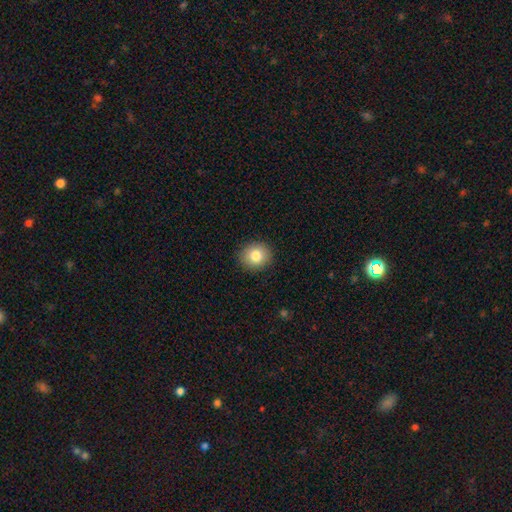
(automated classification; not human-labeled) Smooth or featured? smooth (82%)
How rounded? round (80%)
Merging? none (91%)